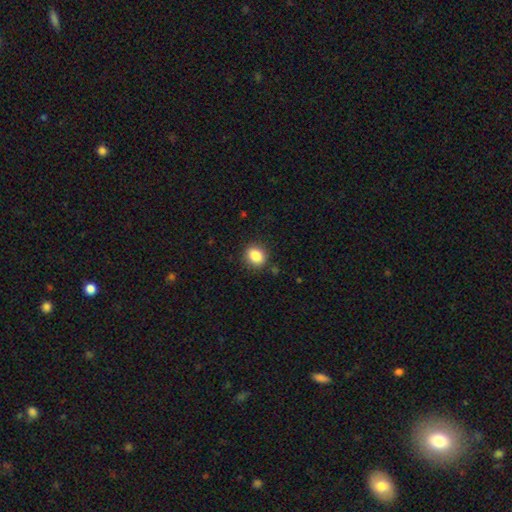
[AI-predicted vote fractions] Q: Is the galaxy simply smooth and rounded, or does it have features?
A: smooth — 86%.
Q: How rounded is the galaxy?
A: round — 57%.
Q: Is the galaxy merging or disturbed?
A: none — 87%.